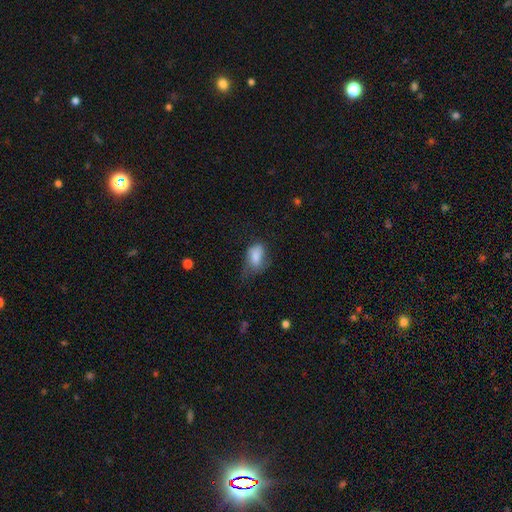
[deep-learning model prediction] A smooth galaxy with no disk features (78%) that is in between round and cigar-shaped (87%). Merging: minor disturbance (36%).